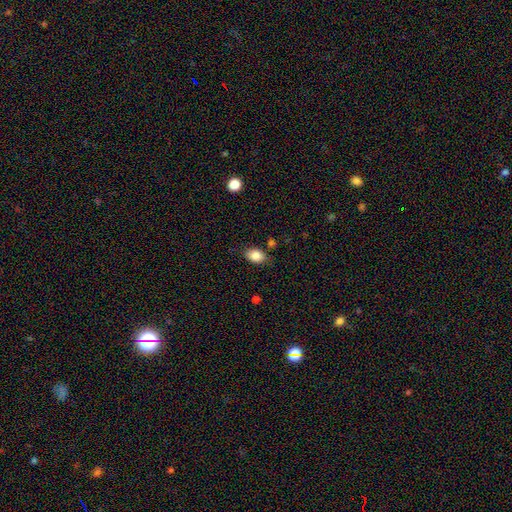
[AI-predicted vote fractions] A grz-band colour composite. It shows a smooth galaxy with no disk features (85%) that is in between round and cigar-shaped (80%). Merging: none (79%).